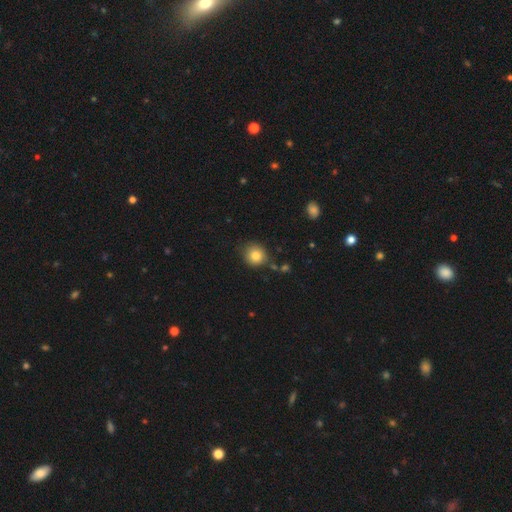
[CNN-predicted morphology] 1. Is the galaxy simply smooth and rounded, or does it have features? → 82% smooth, 11% star or artifact, 7% featured or disk.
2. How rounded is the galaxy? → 88% round, 11% in between, 1% cigar-shaped.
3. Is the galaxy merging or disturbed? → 80% none, 13% minor disturbance, 4% merger, 3% major disturbance.